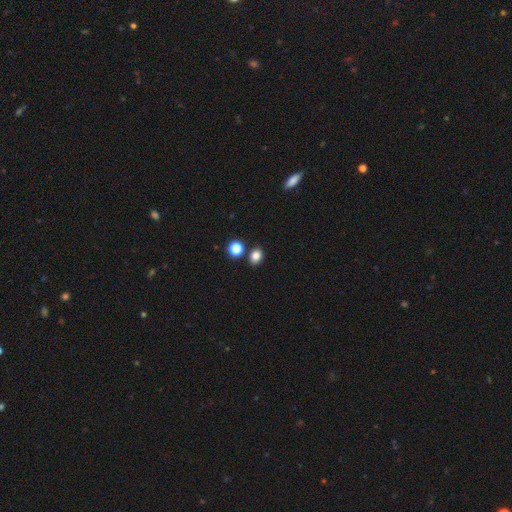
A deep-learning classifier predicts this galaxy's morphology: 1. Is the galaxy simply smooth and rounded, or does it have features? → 82% smooth, 13% star or artifact, 5% featured or disk.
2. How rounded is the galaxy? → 50% round, 49% in between, 1% cigar-shaped.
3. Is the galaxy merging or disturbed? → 80% none, 9% merger, 8% minor disturbance, 2% major disturbance.